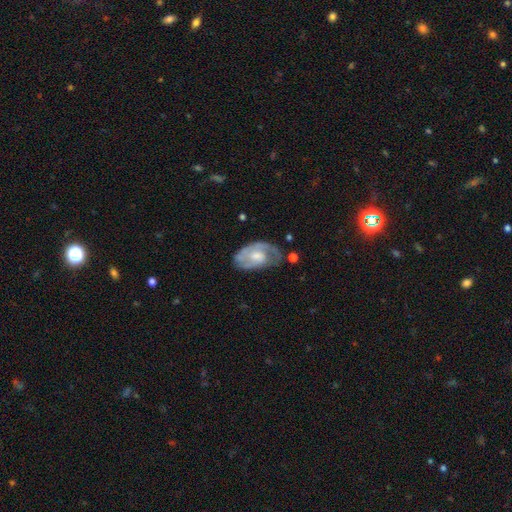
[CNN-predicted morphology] This appears to be a featured or disk galaxy (73%) with no bar (60%), 2 (42%) tight (47%) spiral arms (85%) and a moderate central bulge (50%). Merging: none (57%).